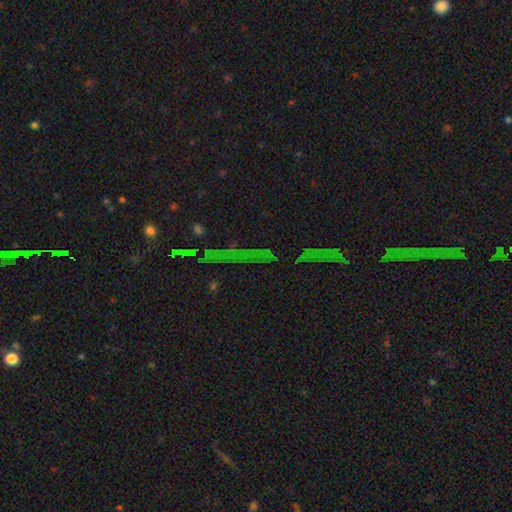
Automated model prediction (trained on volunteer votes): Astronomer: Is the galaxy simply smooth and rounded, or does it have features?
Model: star or artifact — 75%.